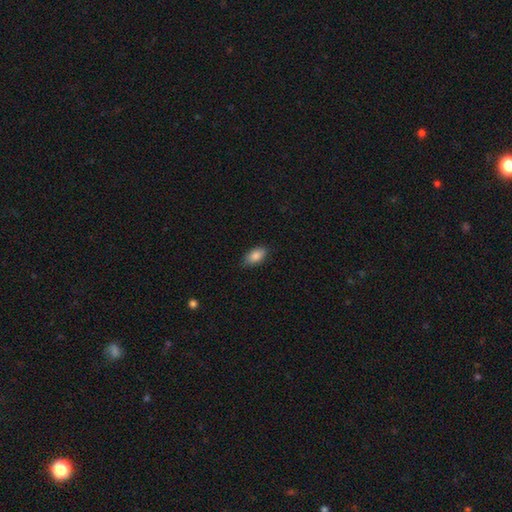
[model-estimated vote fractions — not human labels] This appears to be a smooth galaxy with no disk features (86%) that is in between round and cigar-shaped (91%). Merging: none (83%).